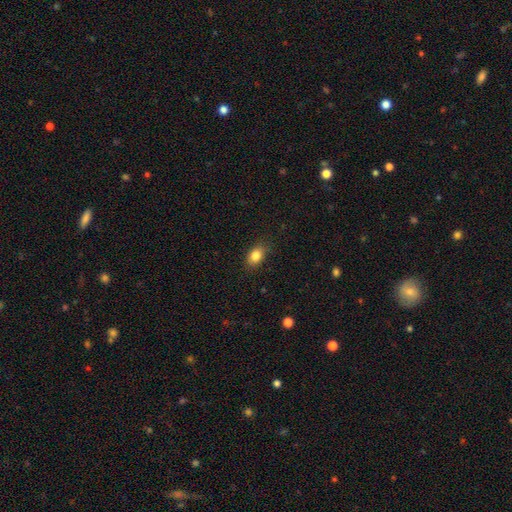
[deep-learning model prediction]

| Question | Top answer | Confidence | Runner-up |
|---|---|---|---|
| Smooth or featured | smooth | 84% | star or artifact (9%) |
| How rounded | in between | 80% | round (18%) |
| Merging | none | 84% | minor disturbance (12%) |